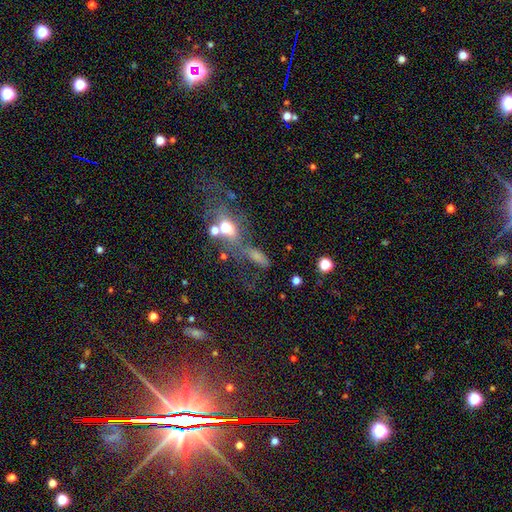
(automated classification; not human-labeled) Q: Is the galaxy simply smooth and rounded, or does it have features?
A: smooth — 52%.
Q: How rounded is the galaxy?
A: in between — 61%.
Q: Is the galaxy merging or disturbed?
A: none — 31%.